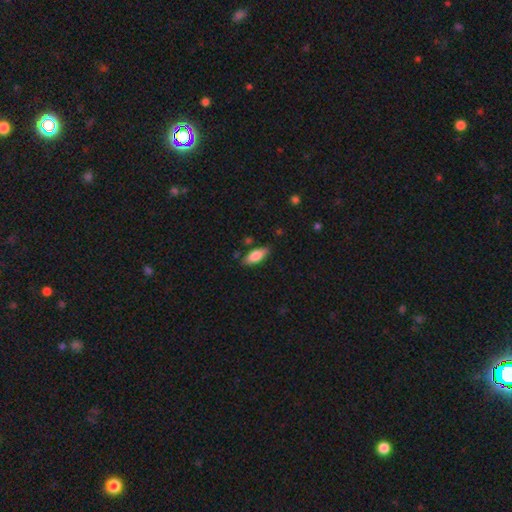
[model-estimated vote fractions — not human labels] smooth 79%, featured or disk 15%, star or artifact 6%. Down the decision tree: how rounded — in between (78%); merging — none (80%).